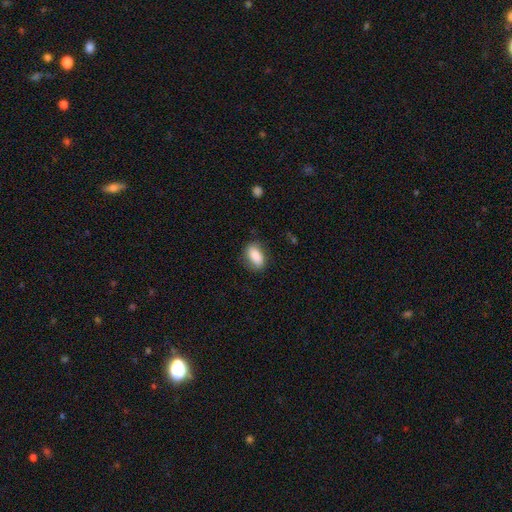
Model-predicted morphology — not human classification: A smooth galaxy with no disk features (84%) that is in between round and cigar-shaped (87%).

Vote fractions:
- Smooth or featured? smooth: 84% / featured or disk: 9% / star or artifact: 7%
- How rounded? in between: 87% / round: 8% / cigar-shaped: 5%
- Merging? none: 79% / minor disturbance: 16% / major disturbance: 4% / merger: 1%